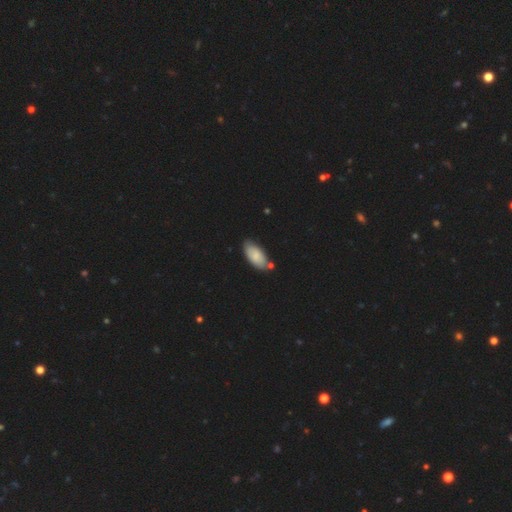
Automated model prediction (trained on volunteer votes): Smooth or featured: smooth — 80% (featured or disk — 13%)
How rounded: in between — 91% (cigar-shaped — 7%)
Merging: none — 69% (minor disturbance — 18%)